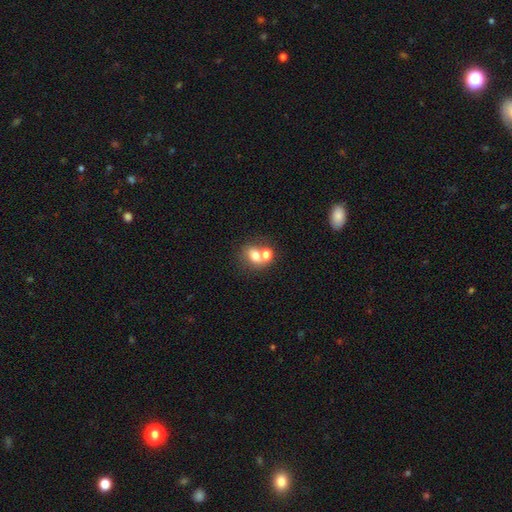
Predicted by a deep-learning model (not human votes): smooth-or-featured: smooth: 69% | featured or disk: 18% | star or artifact: 13%
  how-rounded: round: 55% | in between: 44% | cigar-shaped: 1%
  merging: merger: 51% | none: 36% | minor disturbance: 8% | major disturbance: 4%